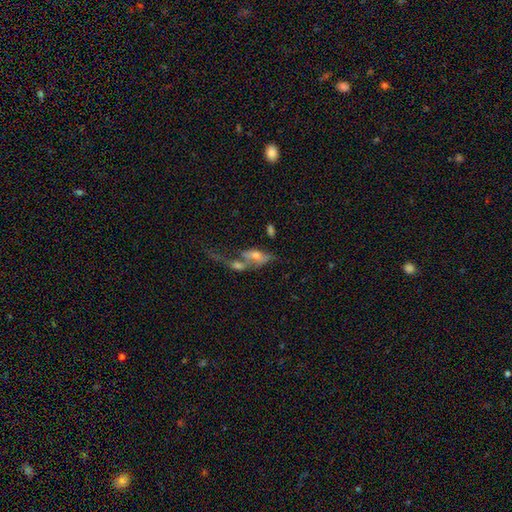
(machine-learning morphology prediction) Q: Smooth or featured?
A: featured or disk (48%); runner-up: smooth (41%)
Q: Merging?
A: merger (64%); runner-up: major disturbance (15%)